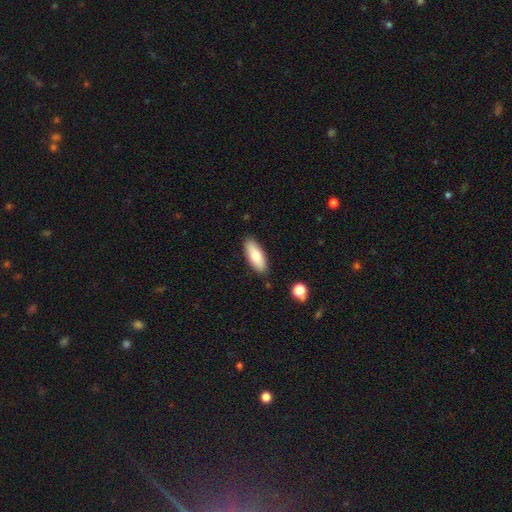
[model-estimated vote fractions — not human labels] Smooth or featured?
  - smooth: 73% *
  - featured or disk: 21%
  - star or artifact: 6%
How rounded?
  - in between: 75% *
  - cigar-shaped: 23%
  - round: 2%
Merging?
  - none: 86% *
  - minor disturbance: 10%
  - major disturbance: 2%
  - merger: 2%